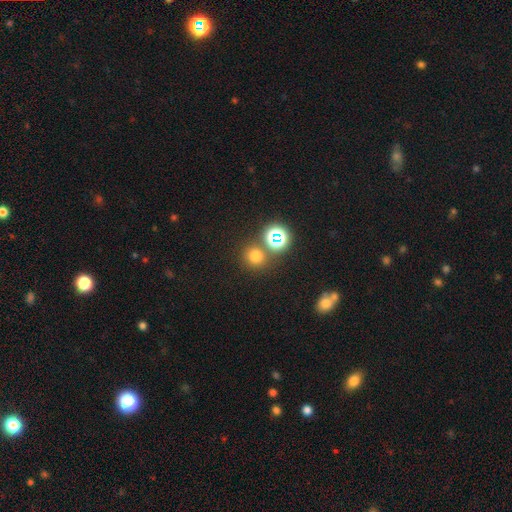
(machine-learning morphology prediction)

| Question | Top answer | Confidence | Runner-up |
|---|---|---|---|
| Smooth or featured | smooth | 67% | star or artifact (27%) |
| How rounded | round | 89% | in between (10%) |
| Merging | none | 76% | merger (13%) |